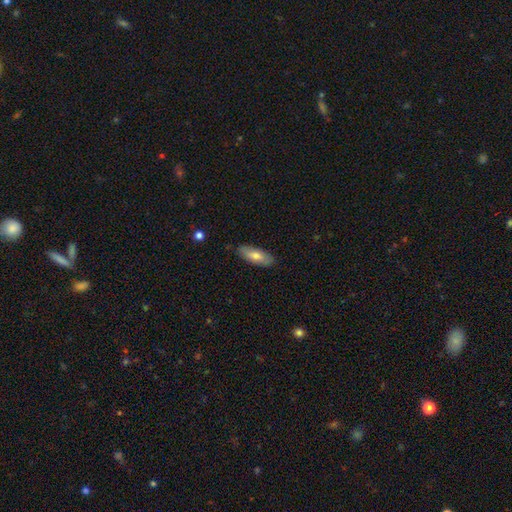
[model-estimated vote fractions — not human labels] Smooth or featured? Predicted: smooth (p=0.71). How rounded? Predicted: in between (p=0.74). Merging? Predicted: none (p=0.84).